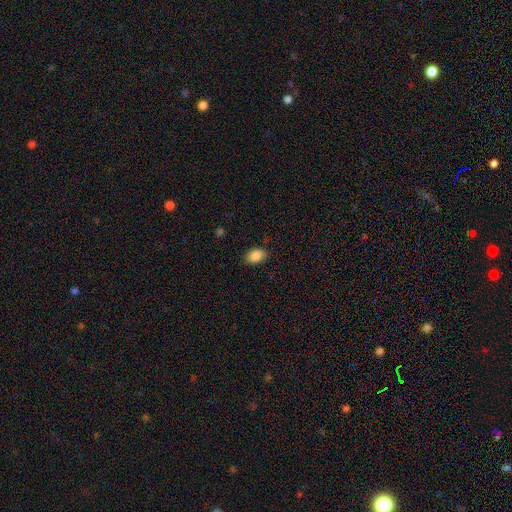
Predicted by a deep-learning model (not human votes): This is clearly a smooth galaxy (87%). How rounded: clearly in between (88%). Merging: clearly none (85%).